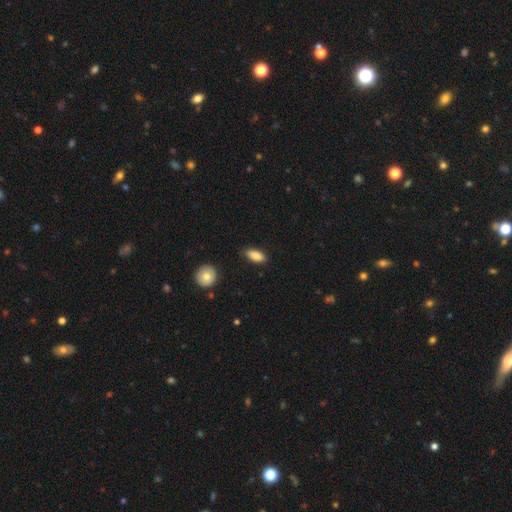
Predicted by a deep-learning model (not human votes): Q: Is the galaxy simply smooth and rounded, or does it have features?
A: smooth — 83%.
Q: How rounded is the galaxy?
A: in between — 85%.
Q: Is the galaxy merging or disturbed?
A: none — 83%.